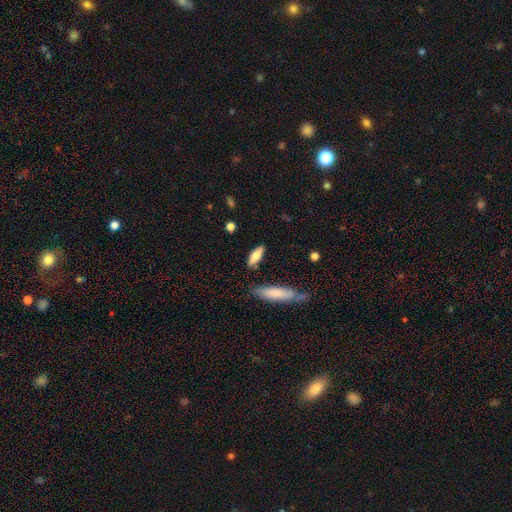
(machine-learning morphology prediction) smooth-or-featured: smooth: 70% | featured or disk: 23% | star or artifact: 6%
  how-rounded: in between: 51% | cigar-shaped: 47% | round: 2%
  merging: none: 80% | minor disturbance: 13% | merger: 4% | major disturbance: 3%